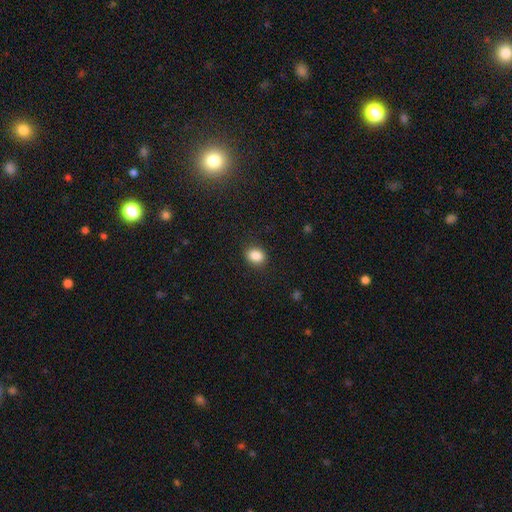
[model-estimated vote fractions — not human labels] Morphology: type=smooth (86%); roundness=round (50%); merging=none (88%).